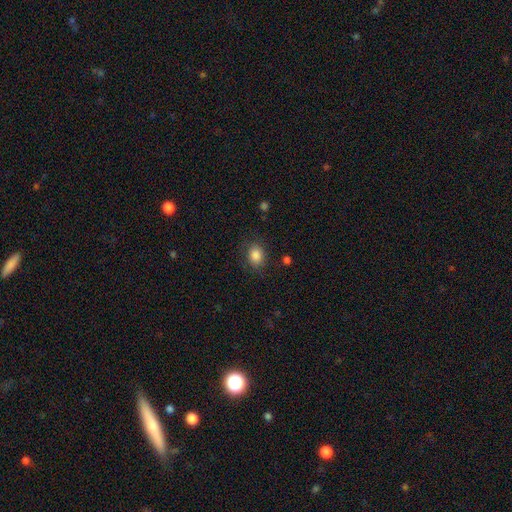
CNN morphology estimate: This is clearly a smooth galaxy (85%). How rounded: possibly round (51%). Merging: clearly none (81%).